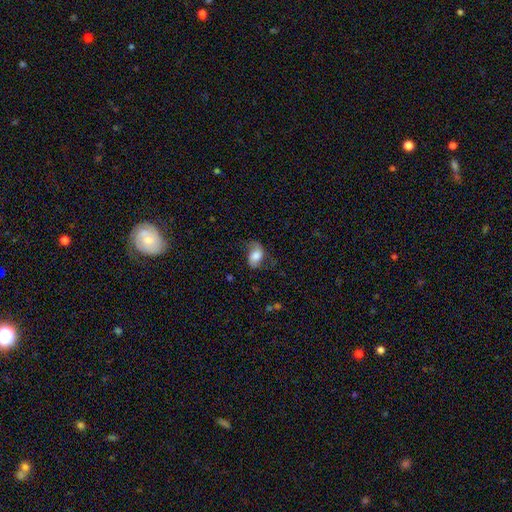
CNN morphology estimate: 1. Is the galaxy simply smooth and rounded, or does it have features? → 56% smooth, 35% featured or disk, 9% star or artifact.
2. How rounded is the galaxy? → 81% in between, 18% round, 2% cigar-shaped.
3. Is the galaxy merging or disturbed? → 56% none, 27% minor disturbance, 16% major disturbance, 2% merger.